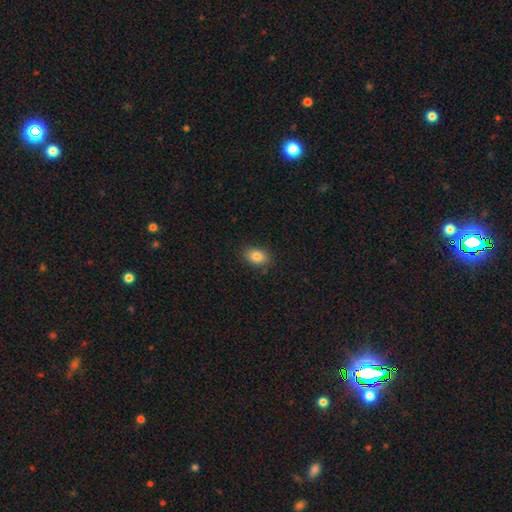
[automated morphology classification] type=smooth (84%); roundness=in between (82%); merging=none (86%).